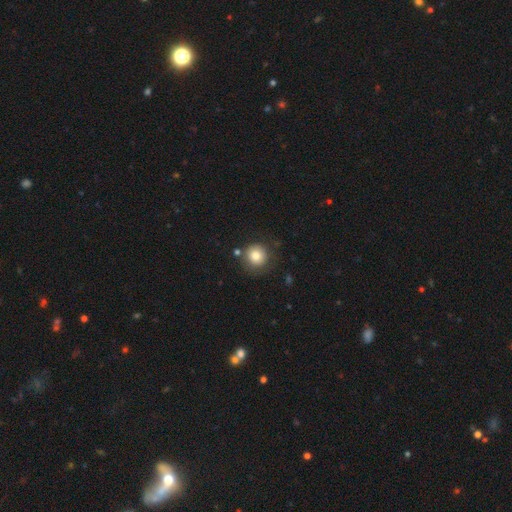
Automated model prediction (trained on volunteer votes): A smooth galaxy with no disk features (80%) that is round (94%).

Vote fractions:
- Smooth or featured? smooth: 80% / star or artifact: 10% / featured or disk: 10%
- How rounded? round: 94% / in between: 5% / cigar-shaped: 1%
- Merging? none: 78% / minor disturbance: 13% / merger: 5% / major disturbance: 5%